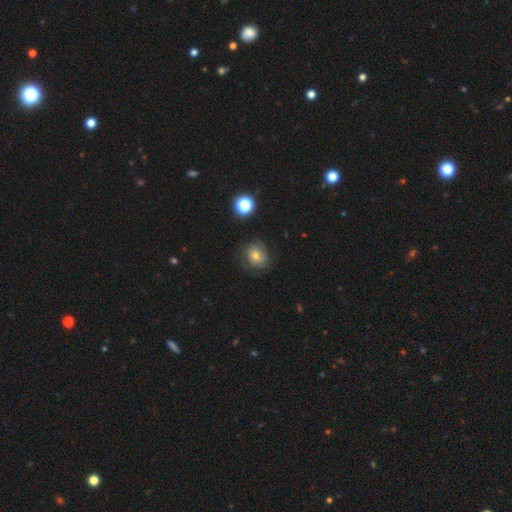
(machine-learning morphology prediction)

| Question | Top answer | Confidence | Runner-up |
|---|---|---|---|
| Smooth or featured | smooth | 54% | featured or disk (32%) |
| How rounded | round | 73% | in between (26%) |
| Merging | none | 68% | minor disturbance (20%) |